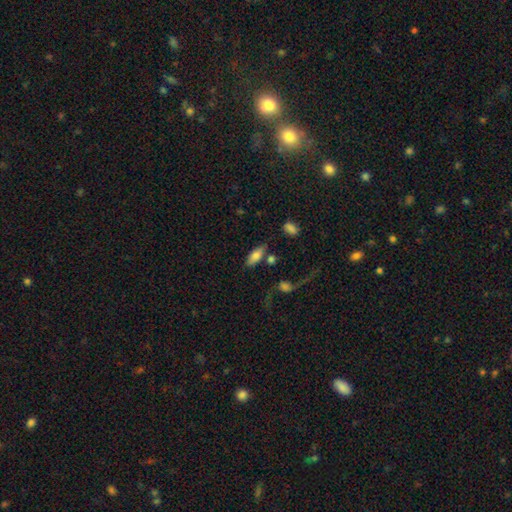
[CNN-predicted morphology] This is likely a smooth galaxy (76%). How rounded: clearly in between (81%). Merging: likely none (66%).